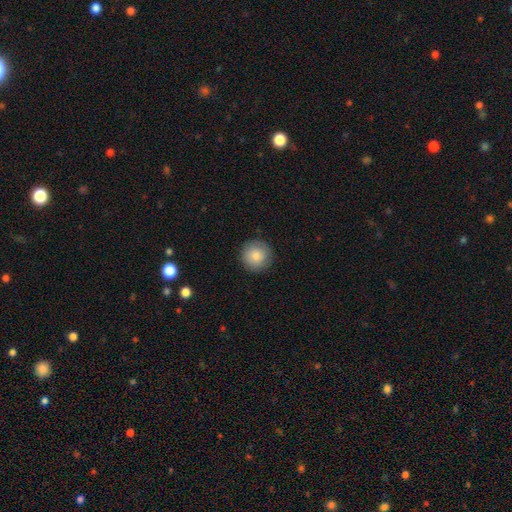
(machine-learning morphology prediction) A smooth galaxy with no disk features (85%) that is round (96%). Merging: none (90%).